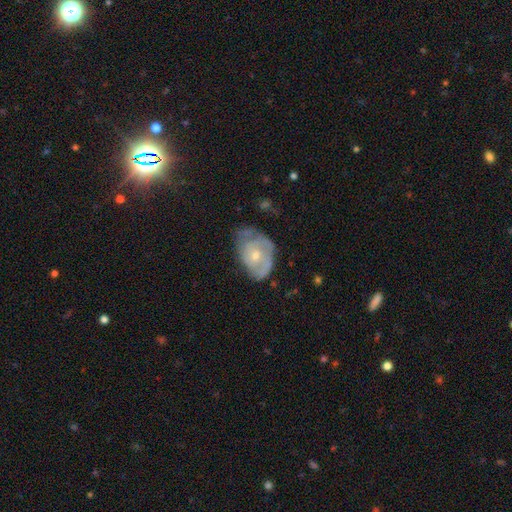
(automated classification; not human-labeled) Smooth or featured: featured or disk — 59% (smooth — 34%)
Edge-on disk: no — 96% (yes — 4%)
Bar: no — 83% (weak — 15%)
Spiral arms: yes — 62% (no — 38%)
Bulge size: small — 59% (moderate — 37%)
Merging: none — 39% (minor disturbance — 37%)